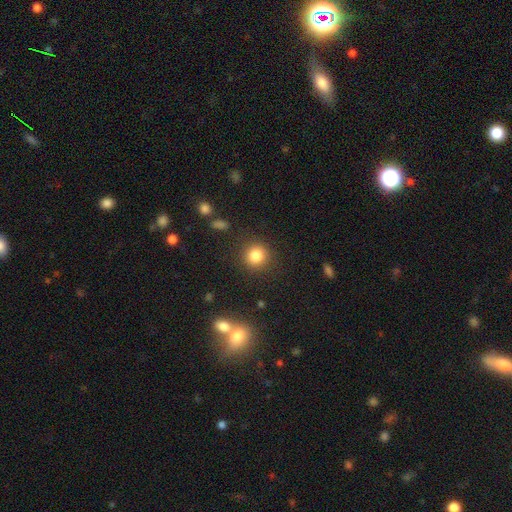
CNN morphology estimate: smooth_or_featured: smooth (p=0.83) [alt: star or artifact p=0.11]
how_rounded: round (p=0.90) [alt: in between p=0.09]
merging: none (p=0.88) [alt: minor disturbance p=0.07]